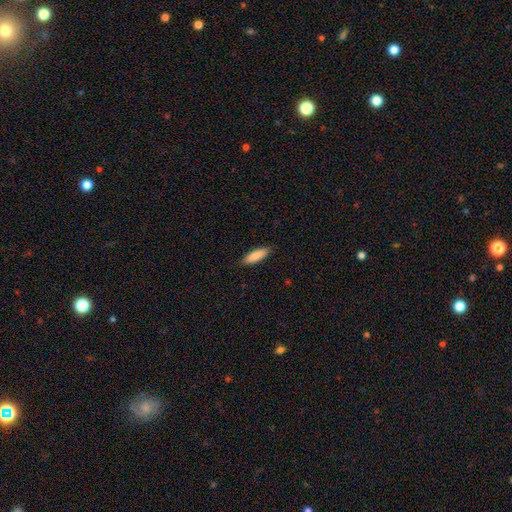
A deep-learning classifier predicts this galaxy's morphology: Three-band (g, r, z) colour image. It shows a smooth galaxy with no disk features (88%) that is cigar-shaped (53%). Merging: none (88%).